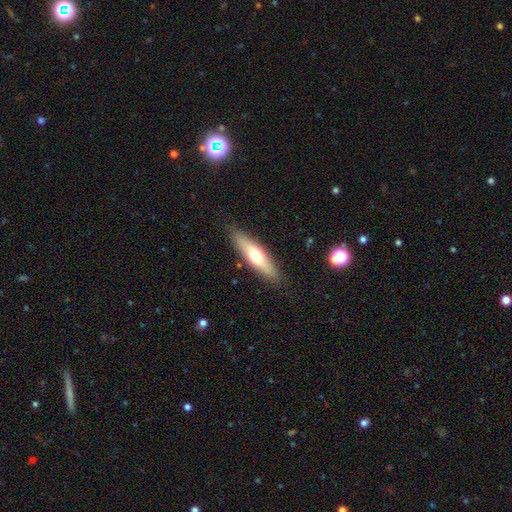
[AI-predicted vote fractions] The model was most divided on "smooth or featured": smooth: 57%, featured or disk: 38%, star or artifact: 6%. More confident: merging — none (87%); how rounded — cigar-shaped (67%).